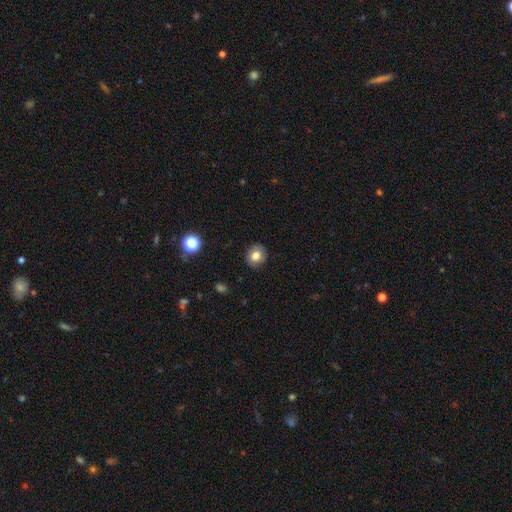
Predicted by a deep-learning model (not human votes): A smooth galaxy with no disk features (78%) that is round (79%).

Vote fractions:
- Smooth or featured? smooth: 78% / featured or disk: 11% / star or artifact: 10%
- How rounded? round: 79% / in between: 20% / cigar-shaped: 1%
- Merging? none: 88% / minor disturbance: 9% / major disturbance: 2% / merger: 1%